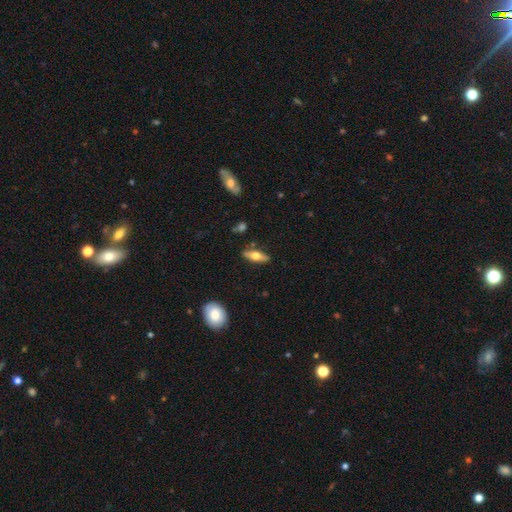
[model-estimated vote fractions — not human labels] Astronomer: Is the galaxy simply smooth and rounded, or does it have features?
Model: smooth — 49% (runner-up: featured or disk, 44%).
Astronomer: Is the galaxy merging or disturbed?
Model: none — 85%.